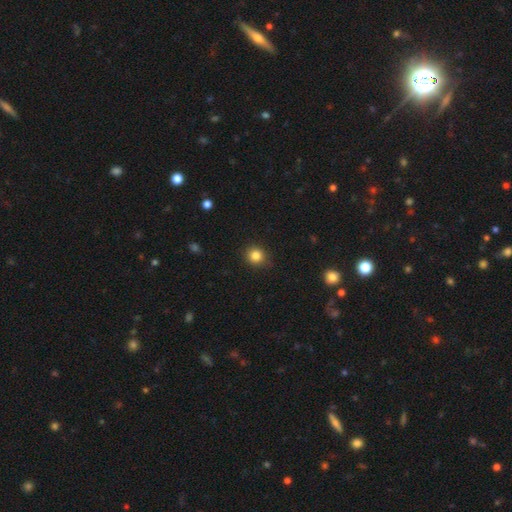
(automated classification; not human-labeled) This appears to be a smooth galaxy with no disk features (84%) that is round (89%). Merging: none (88%).